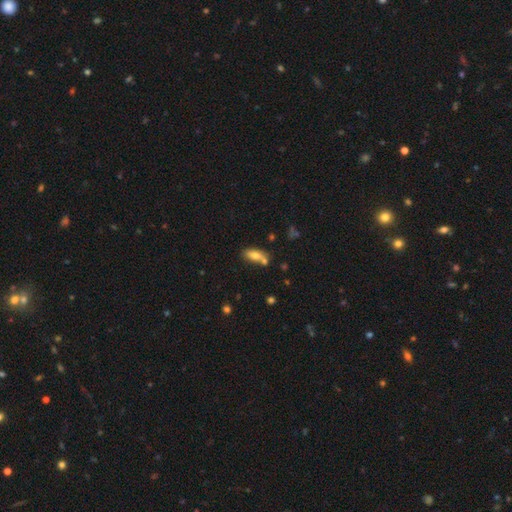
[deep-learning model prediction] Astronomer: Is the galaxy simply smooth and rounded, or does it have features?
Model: smooth — 70%.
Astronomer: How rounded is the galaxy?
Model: in between — 78%.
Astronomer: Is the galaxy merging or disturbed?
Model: none — 51% (runner-up: merger, 28%).